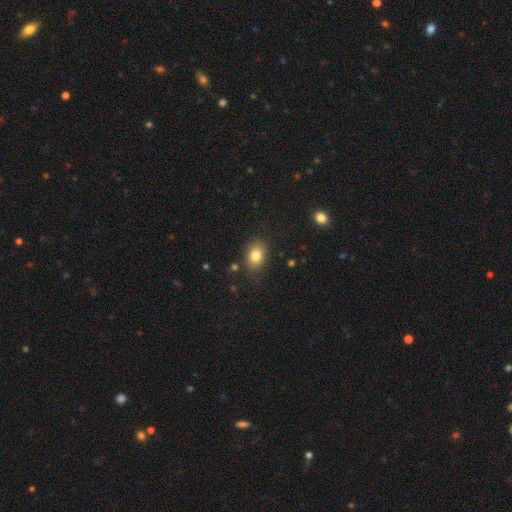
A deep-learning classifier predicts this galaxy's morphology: Smooth or featured? Predicted: smooth (p=0.83). How rounded? Predicted: in between (p=0.73). Merging? Predicted: none (p=0.80).